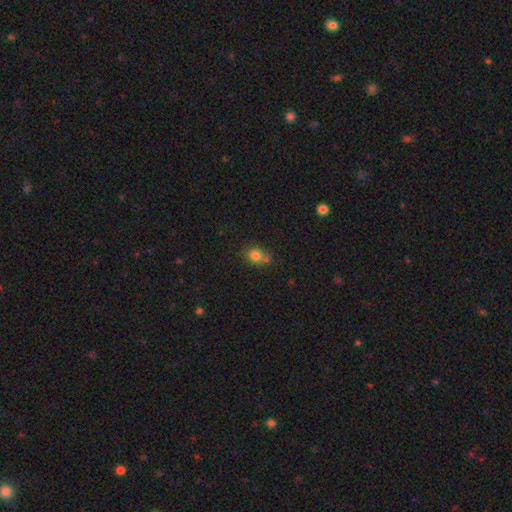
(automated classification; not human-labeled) This is likely a smooth galaxy (79%). How rounded: likely round (66%). Merging: possibly none (57%).